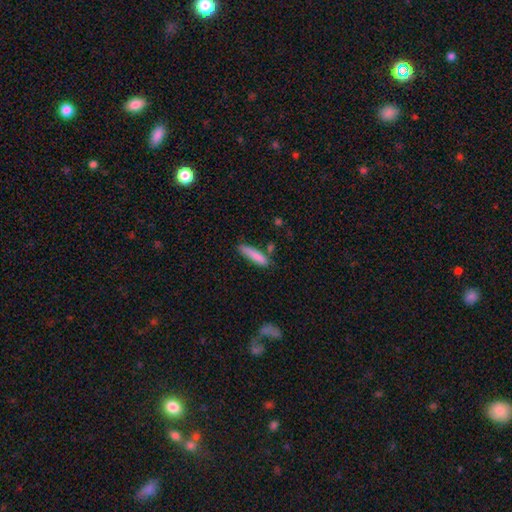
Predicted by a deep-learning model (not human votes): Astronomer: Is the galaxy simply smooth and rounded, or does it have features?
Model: smooth — 84%.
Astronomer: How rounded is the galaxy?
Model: cigar-shaped — 80%.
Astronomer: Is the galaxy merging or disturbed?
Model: none — 71%.